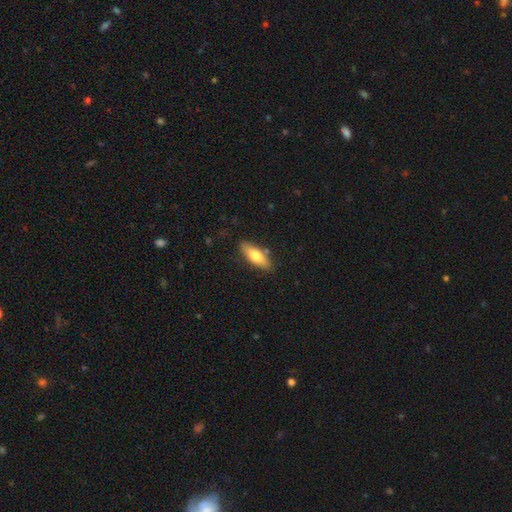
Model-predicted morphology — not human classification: This is likely a smooth galaxy (72%). How rounded: likely in between (63%). Merging: clearly none (82%).